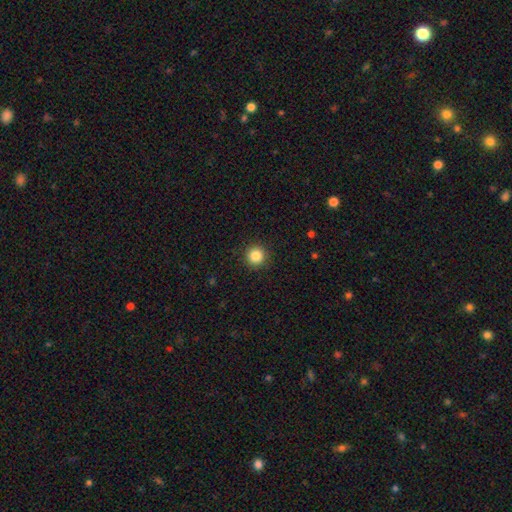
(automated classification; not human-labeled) smooth 85%, star or artifact 11%, featured or disk 4%. Down the decision tree: how rounded — round (95%); merging — none (92%).